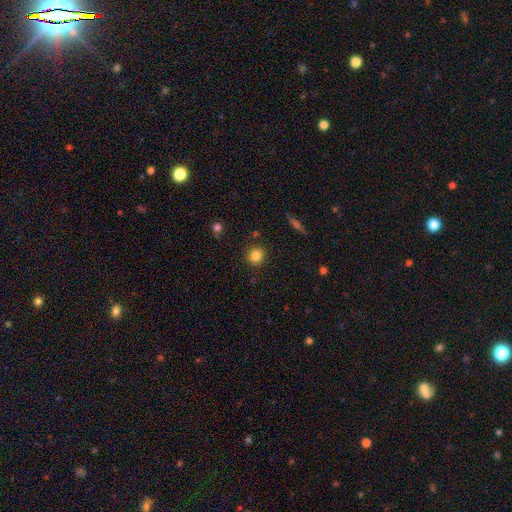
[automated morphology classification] Overall: smooth (84%). How rounded: round (89%). Merging: none (89%).